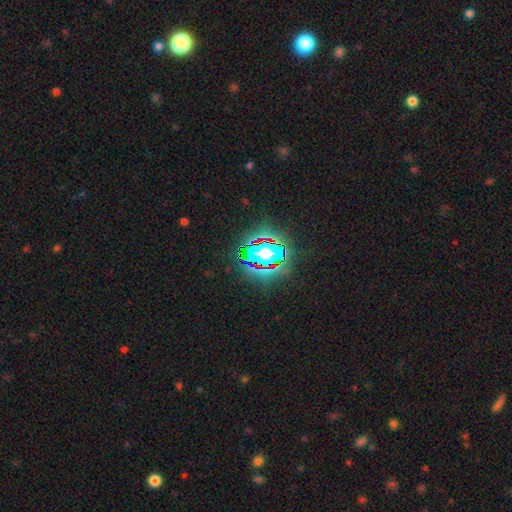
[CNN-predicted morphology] A star or artifact, not a galaxy (77%).

Vote fractions:
- Smooth or featured? star or artifact: 77% / smooth: 13% / featured or disk: 10%